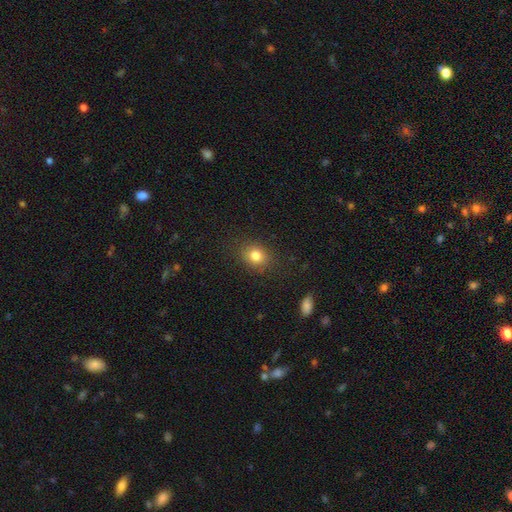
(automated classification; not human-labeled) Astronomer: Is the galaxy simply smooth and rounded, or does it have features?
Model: smooth — 81%.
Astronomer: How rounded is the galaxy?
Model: round — 60% (runner-up: in between, 39%).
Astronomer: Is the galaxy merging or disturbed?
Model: none — 85%.